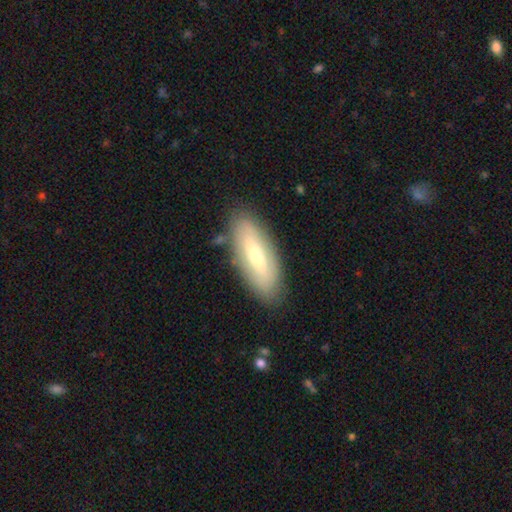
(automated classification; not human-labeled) A smooth galaxy with no disk features (49%).

Vote fractions:
- Smooth or featured? smooth: 49% / featured or disk: 45% / star or artifact: 6%
- Merging? none: 83% / minor disturbance: 12% / major disturbance: 3% / merger: 2%